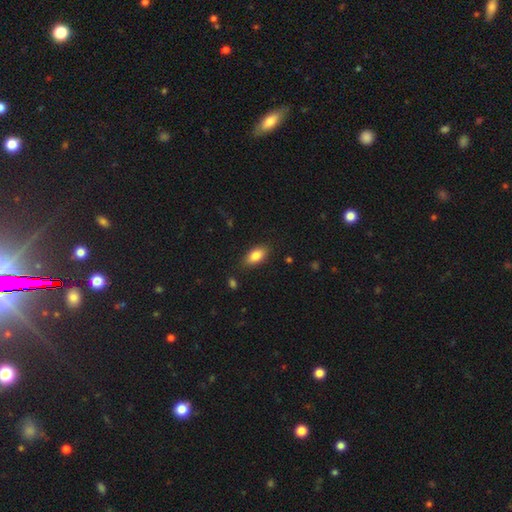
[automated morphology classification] type=smooth (84%); roundness=in between (90%); merging=none (85%).